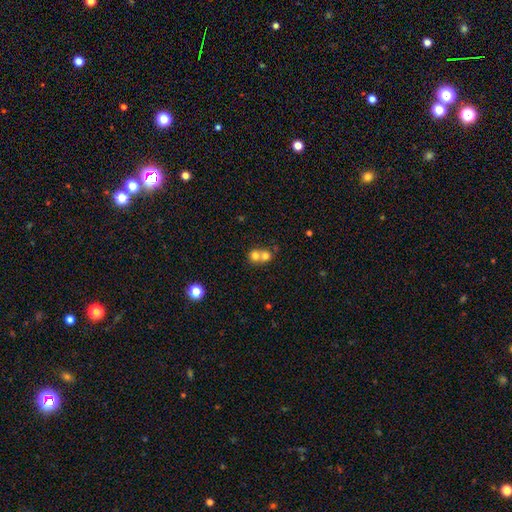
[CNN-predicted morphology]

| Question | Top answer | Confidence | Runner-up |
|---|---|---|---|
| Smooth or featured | smooth | 71% | featured or disk (17%) |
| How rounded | round | 81% | in between (18%) |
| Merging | merger | 66% | none (28%) |